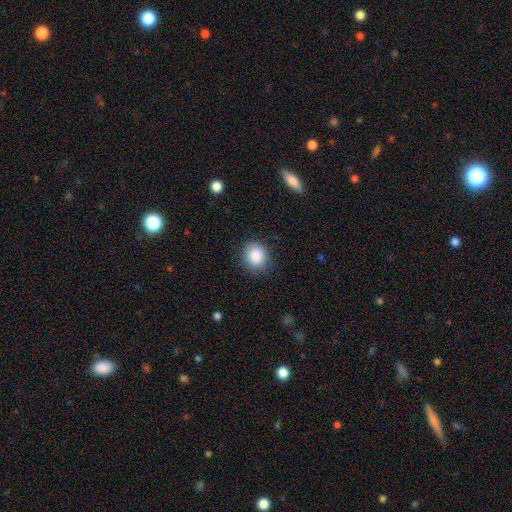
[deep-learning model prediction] A smooth galaxy with no disk features (87%) that is round (75%). Merging: none (84%).